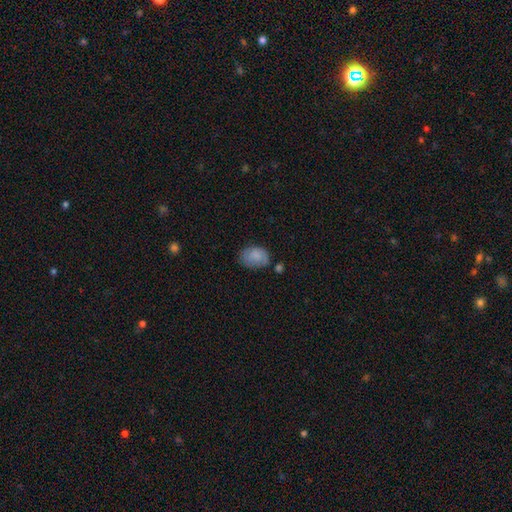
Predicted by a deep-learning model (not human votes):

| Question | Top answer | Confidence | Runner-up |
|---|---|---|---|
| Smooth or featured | smooth | 81% | featured or disk (11%) |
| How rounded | in between | 76% | round (23%) |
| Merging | none | 55% | minor disturbance (29%) |